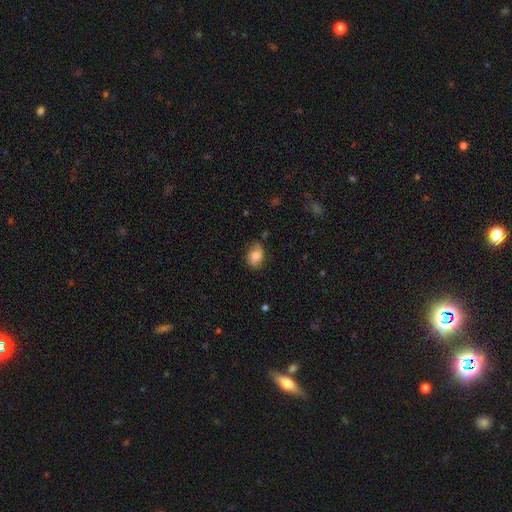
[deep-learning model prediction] Morphology: type=smooth (73%); roundness=in between (73%); merging=none (73%).